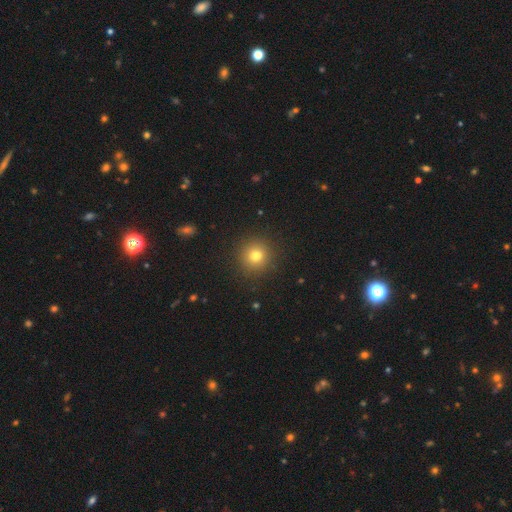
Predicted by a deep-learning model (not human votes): This is likely a smooth galaxy (78%). How rounded: clearly round (93%). Merging: clearly none (91%).